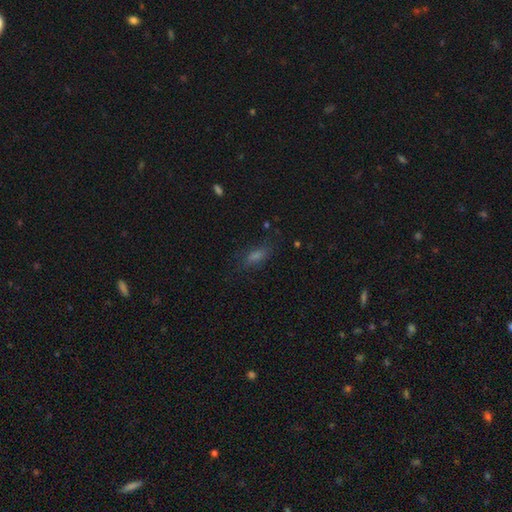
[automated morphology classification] Overall: smooth (53%; star or artifact 27%). How rounded: in between (60%; cigar-shaped 33%). Merging: none (76%).